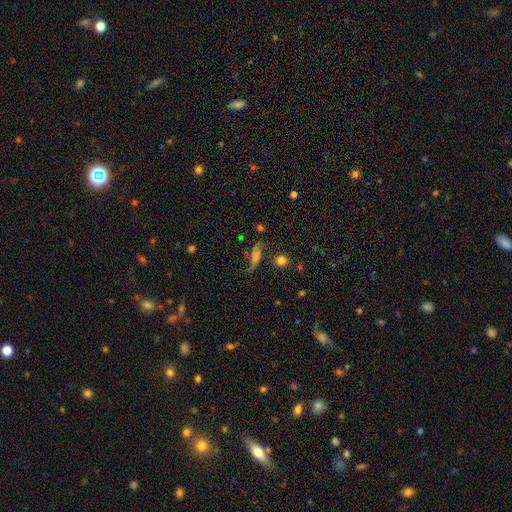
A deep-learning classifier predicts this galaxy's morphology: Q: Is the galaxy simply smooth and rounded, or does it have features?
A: featured or disk — 52%.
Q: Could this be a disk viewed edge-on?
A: no — 73%.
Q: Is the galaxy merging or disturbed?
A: none — 63%.